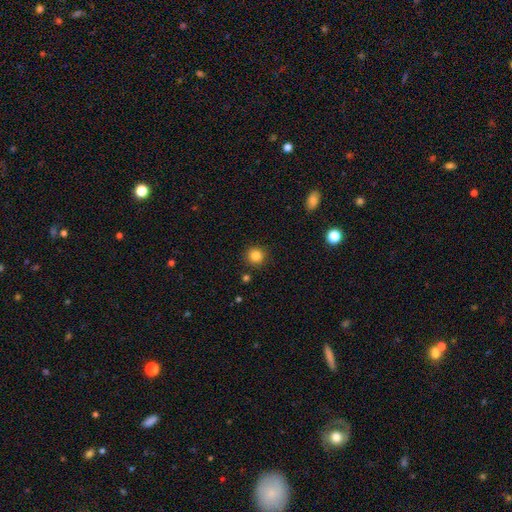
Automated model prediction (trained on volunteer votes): Q: Smooth or featured?
A: smooth (84%); runner-up: star or artifact (12%)
Q: How rounded?
A: round (93%); runner-up: in between (6%)
Q: Merging?
A: none (90%); runner-up: minor disturbance (6%)